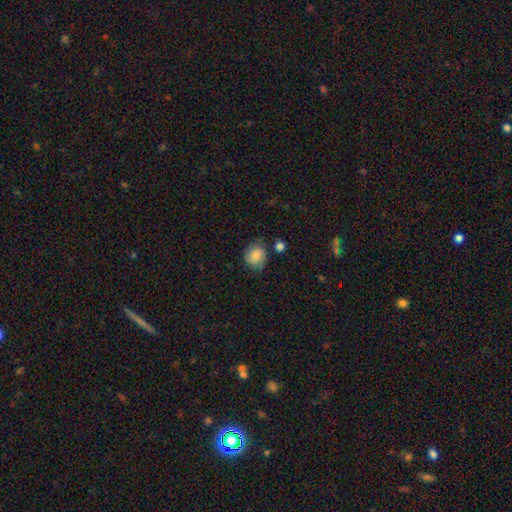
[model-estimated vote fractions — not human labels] This appears to be a smooth galaxy with no disk features (72%) that is round (76%). Merging: none (67%).